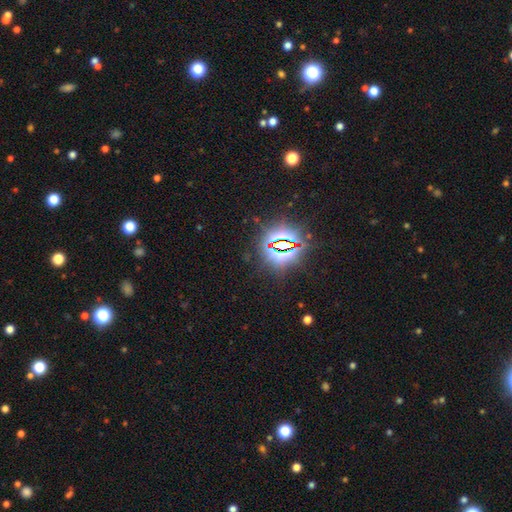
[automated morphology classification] Smooth or featured: star or artifact — 83% (smooth — 10%)